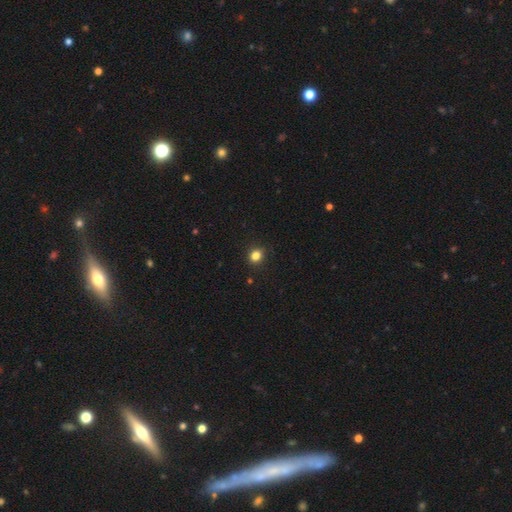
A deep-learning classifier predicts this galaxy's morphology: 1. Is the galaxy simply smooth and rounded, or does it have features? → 84% smooth, 12% star or artifact, 4% featured or disk.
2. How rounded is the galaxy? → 74% round, 25% in between, 1% cigar-shaped.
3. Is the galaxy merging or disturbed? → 89% none, 8% minor disturbance, 2% major disturbance, 1% merger.